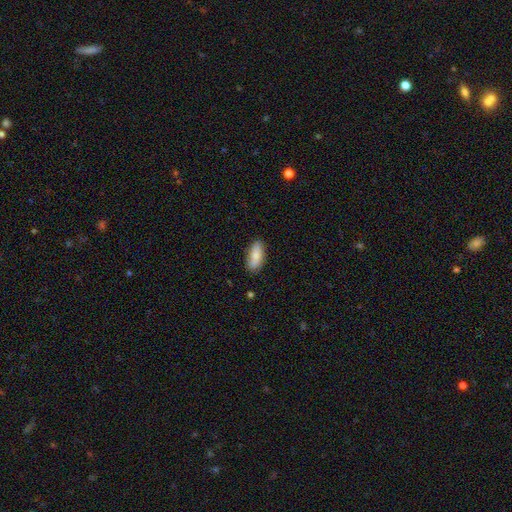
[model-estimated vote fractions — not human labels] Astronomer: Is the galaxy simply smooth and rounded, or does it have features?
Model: smooth — 75%.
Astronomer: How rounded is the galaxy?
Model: in between — 83%.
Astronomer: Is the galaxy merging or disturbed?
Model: none — 80%.